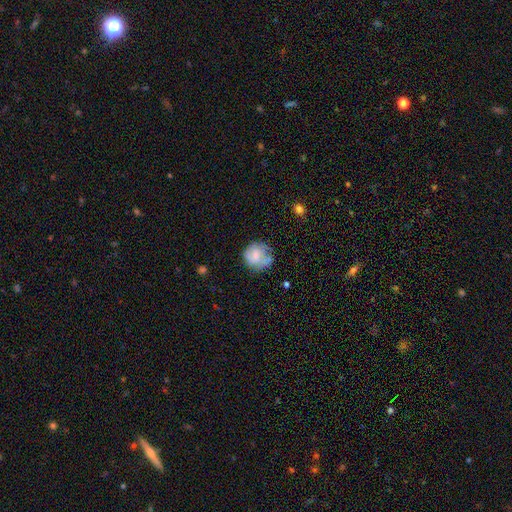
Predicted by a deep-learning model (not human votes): This appears to be a smooth galaxy with no disk features (58%) that is round (83%). Merging: none (57%).